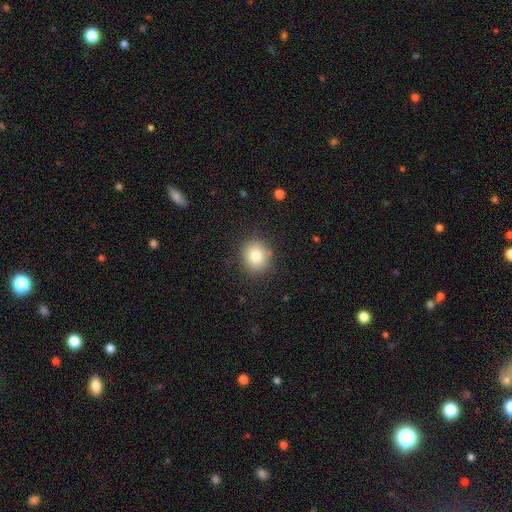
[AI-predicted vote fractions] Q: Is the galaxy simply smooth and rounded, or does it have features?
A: smooth — 81%.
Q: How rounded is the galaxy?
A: round — 81%.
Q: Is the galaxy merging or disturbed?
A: none — 87%.